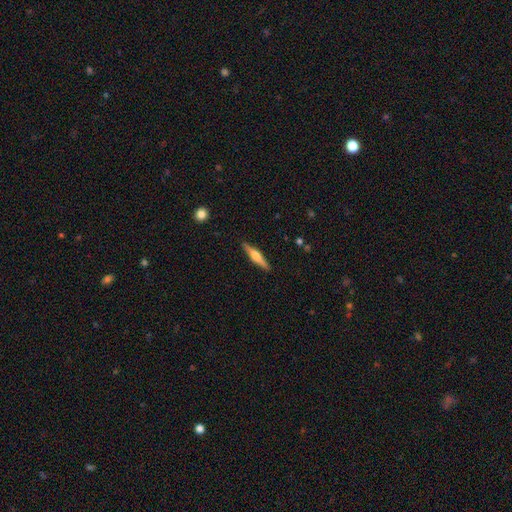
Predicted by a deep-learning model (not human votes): Smooth or featured? Predicted: featured or disk (p=0.56). Edge-on disk? Predicted: yes (p=0.97). Edge-on bulge? Predicted: rounded (p=0.84). Merging? Predicted: none (p=0.90).